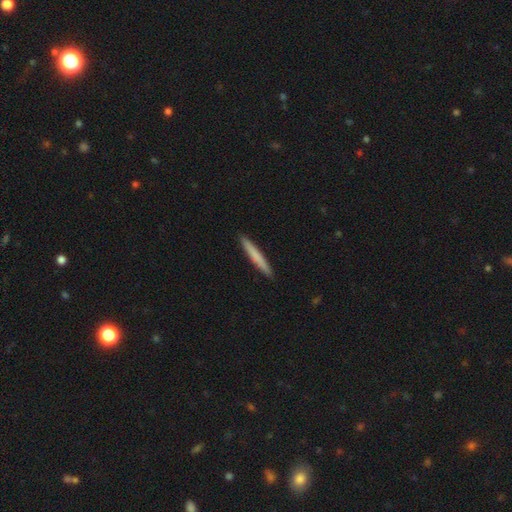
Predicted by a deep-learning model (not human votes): Smooth or featured: smooth — 70% (featured or disk — 25%)
How rounded: cigar-shaped — 96% (in between — 3%)
Merging: none — 92% (minor disturbance — 5%)